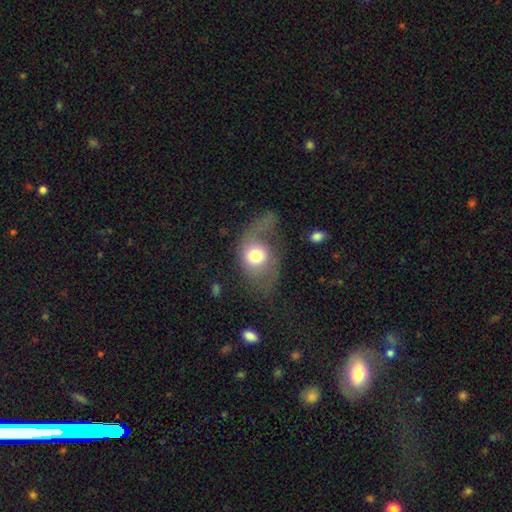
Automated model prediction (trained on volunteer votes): A smooth galaxy with no disk features (53%) that is in between round and cigar-shaped (56%).

Vote fractions:
- Smooth or featured? smooth: 53% / featured or disk: 38% / star or artifact: 9%
- How rounded? in between: 56% / round: 42% / cigar-shaped: 2%
- Merging? major disturbance: 46% / none: 28% / minor disturbance: 22% / merger: 4%